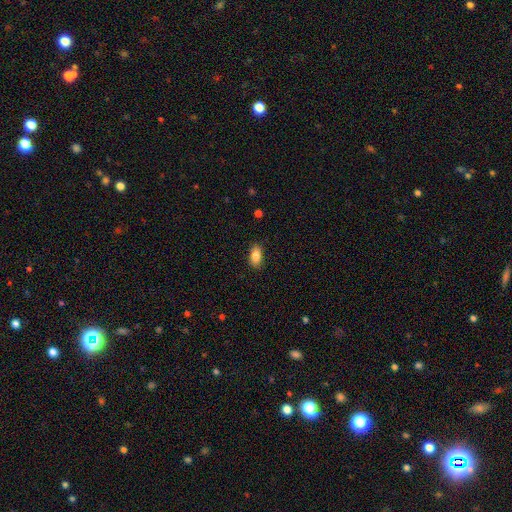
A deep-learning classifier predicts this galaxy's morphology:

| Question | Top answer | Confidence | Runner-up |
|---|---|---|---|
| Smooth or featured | smooth | 84% | star or artifact (8%) |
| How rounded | in between | 91% | round (6%) |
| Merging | none | 86% | minor disturbance (10%) |